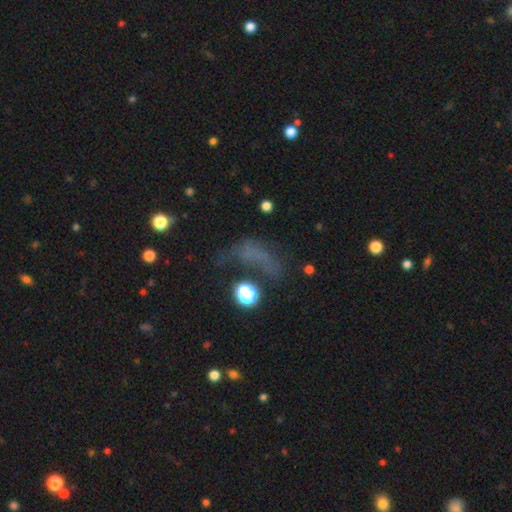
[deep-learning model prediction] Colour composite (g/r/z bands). It shows a smooth galaxy with no disk features (45%). Merging: major disturbance (40%).